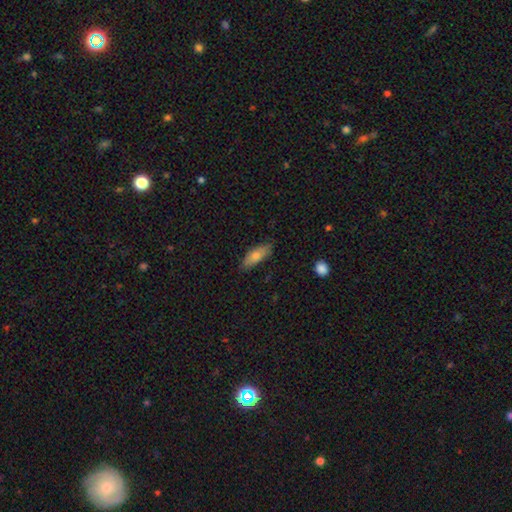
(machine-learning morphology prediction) type=smooth (71%); roundness=in between (64%); merging=none (82%).